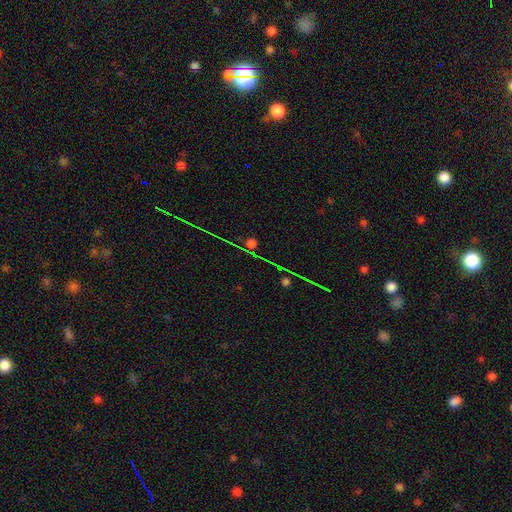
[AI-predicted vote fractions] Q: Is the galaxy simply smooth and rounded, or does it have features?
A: star or artifact — 63%.